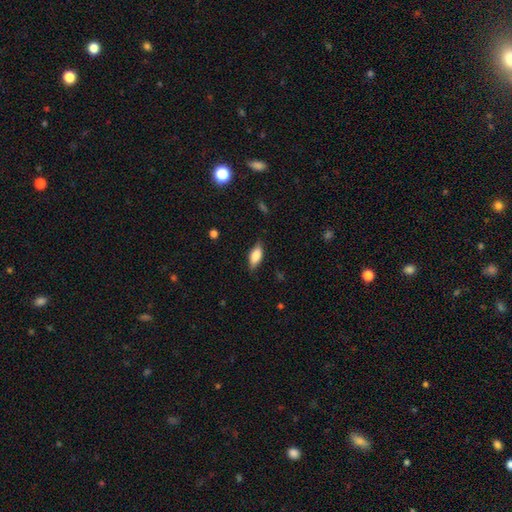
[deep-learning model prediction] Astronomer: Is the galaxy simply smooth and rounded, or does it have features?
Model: smooth — 77%.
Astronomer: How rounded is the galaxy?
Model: in between — 83%.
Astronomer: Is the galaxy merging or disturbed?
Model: none — 79%.